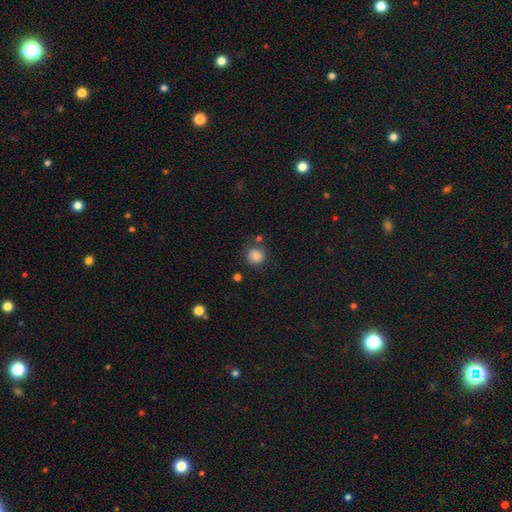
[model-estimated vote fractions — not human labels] smooth 85%, star or artifact 10%, featured or disk 5%. Down the decision tree: how rounded — round (90%); merging — none (76%).